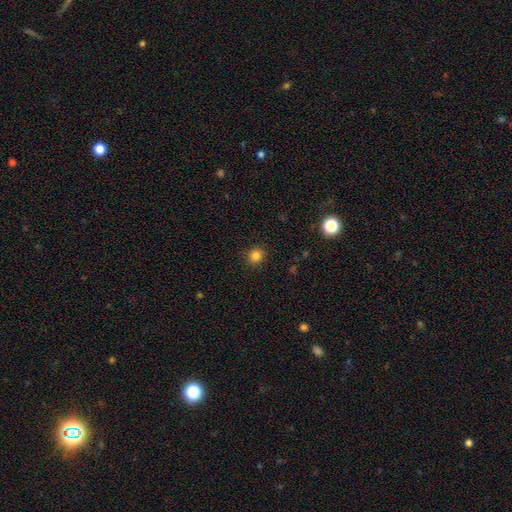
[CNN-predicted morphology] Smooth or featured? smooth (83%)
How rounded? round (87%)
Merging? none (90%)